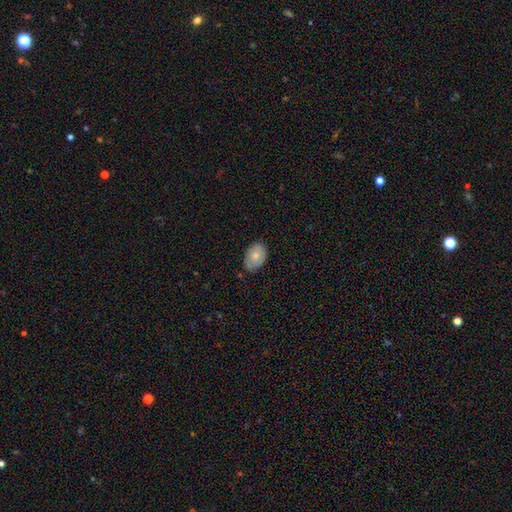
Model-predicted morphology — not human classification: This is likely a smooth galaxy (77%). How rounded: clearly in between (86%). Merging: likely none (75%).